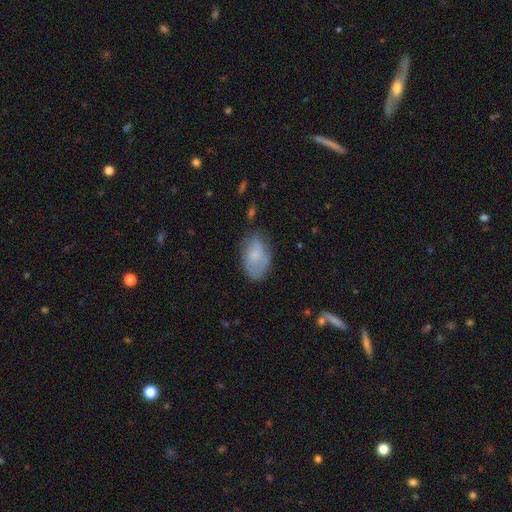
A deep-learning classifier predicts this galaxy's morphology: type=smooth (68%); roundness=in between (92%); merging=none (62%).